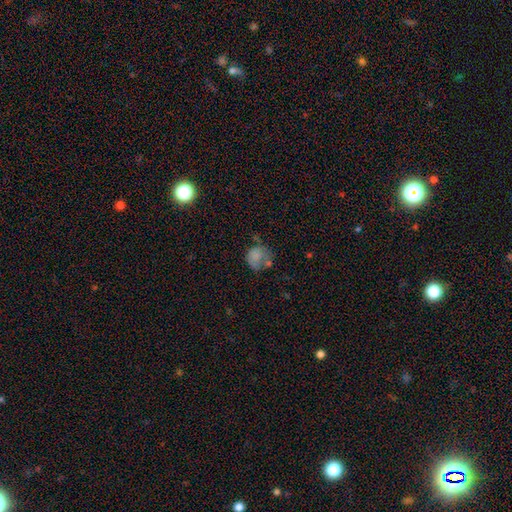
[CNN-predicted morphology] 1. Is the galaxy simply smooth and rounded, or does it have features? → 73% smooth, 17% featured or disk, 10% star or artifact.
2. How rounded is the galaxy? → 76% round, 23% in between, 1% cigar-shaped.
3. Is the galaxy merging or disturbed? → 41% none, 27% minor disturbance, 19% major disturbance, 13% merger.